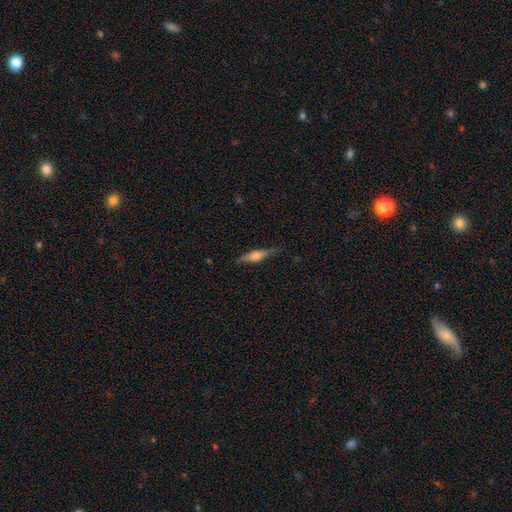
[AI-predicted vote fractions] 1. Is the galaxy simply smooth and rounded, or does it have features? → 59% featured or disk, 34% smooth, 7% star or artifact.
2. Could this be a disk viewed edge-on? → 96% yes, 4% no.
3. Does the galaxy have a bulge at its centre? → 77% rounded, 18% boxy, 4% none.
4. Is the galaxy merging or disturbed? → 82% none, 14% minor disturbance, 3% major disturbance, 1% merger.